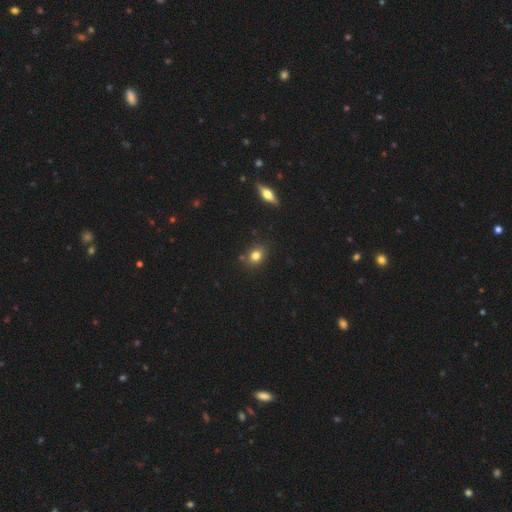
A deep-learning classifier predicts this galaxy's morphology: Smooth or featured: smooth — 79% (star or artifact — 12%)
How rounded: round — 60% (in between — 38%)
Merging: none — 80% (minor disturbance — 11%)